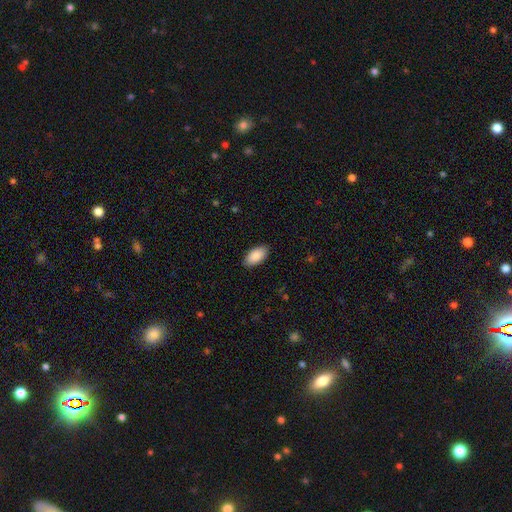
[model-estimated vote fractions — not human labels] Smooth or featured? Predicted: smooth (p=0.90). How rounded? Predicted: in between (p=0.95). Merging? Predicted: none (p=0.88).